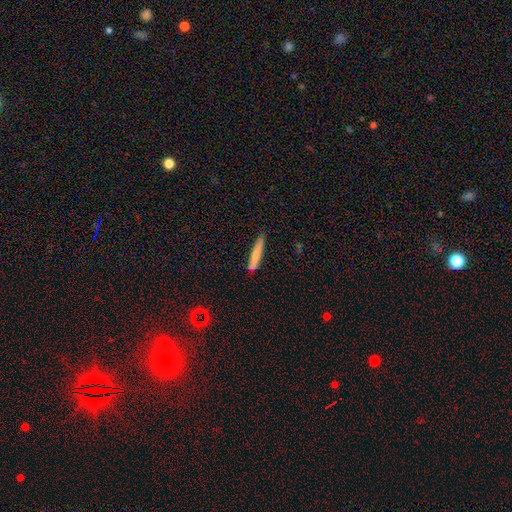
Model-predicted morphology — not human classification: A smooth galaxy with no disk features (74%) that is cigar-shaped (94%).

Vote fractions:
- Smooth or featured? smooth: 74% / featured or disk: 20% / star or artifact: 6%
- How rounded? cigar-shaped: 94% / in between: 5% / round: 1%
- Merging? none: 80% / minor disturbance: 16% / major disturbance: 2% / merger: 2%